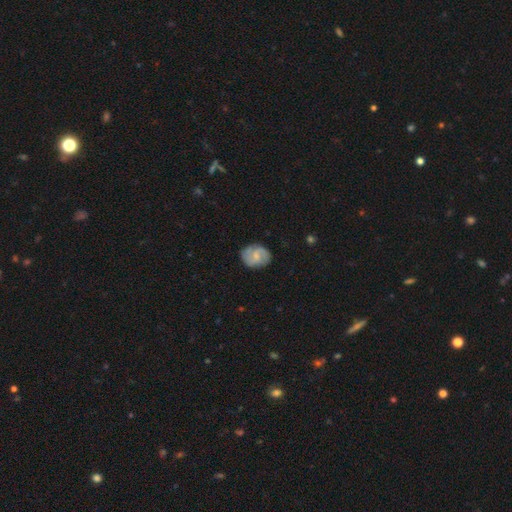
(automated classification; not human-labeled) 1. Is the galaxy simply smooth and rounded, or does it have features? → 56% featured or disk, 37% smooth, 7% star or artifact.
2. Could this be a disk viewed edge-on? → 97% no, 3% yes.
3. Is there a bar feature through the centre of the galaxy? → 52% weak, 37% no, 11% strong.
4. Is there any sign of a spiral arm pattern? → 87% yes, 13% no.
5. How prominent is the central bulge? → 51% small, 31% moderate, 16% none, 2% large, 1% dominant.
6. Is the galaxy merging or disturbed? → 76% none, 17% minor disturbance, 5% major disturbance, 1% merger.